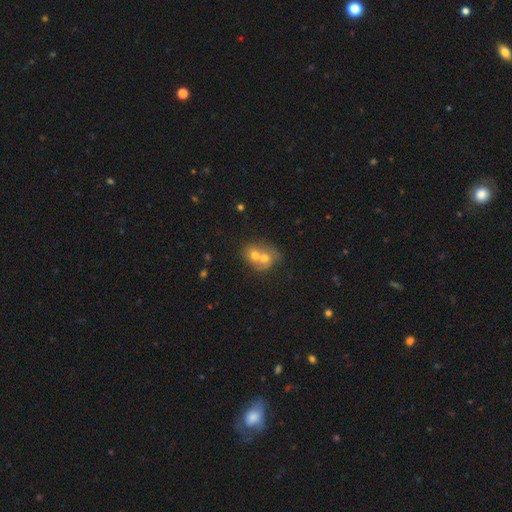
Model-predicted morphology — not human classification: A smooth galaxy with no disk features (62%) that is round (62%). Merging: merger (74%).